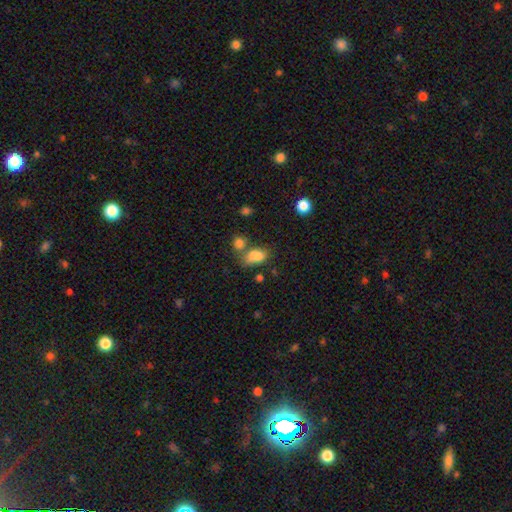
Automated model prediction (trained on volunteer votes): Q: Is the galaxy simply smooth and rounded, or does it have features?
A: smooth — 81%.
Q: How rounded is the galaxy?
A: in between — 82%.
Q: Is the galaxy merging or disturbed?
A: none — 39%.